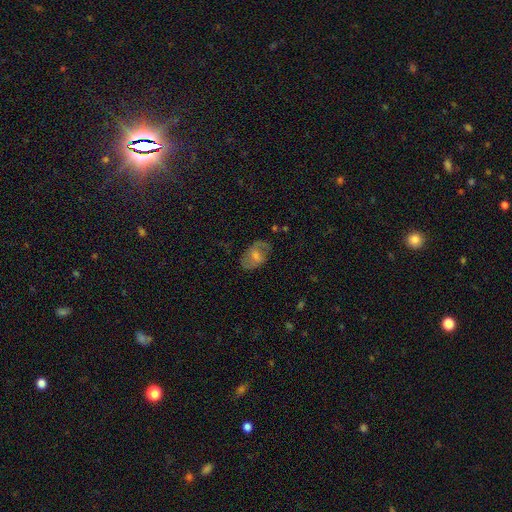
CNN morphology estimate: smooth_or_featured: featured or disk (p=0.53) [alt: smooth p=0.35]
disk_edge_on: no (p=0.94) [alt: yes p=0.06]
bar: no (p=0.45) [alt: weak p=0.43]
has_spiral_arms: yes (p=0.75) [alt: no p=0.25]
bulge_size: moderate (p=0.51) [alt: small p=0.37]
merging: none (p=0.73) [alt: minor disturbance p=0.18]